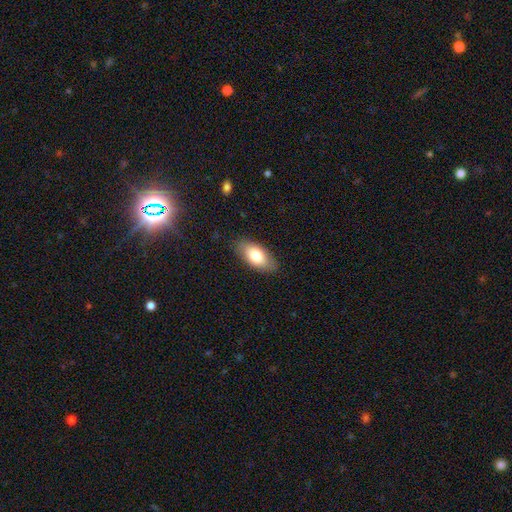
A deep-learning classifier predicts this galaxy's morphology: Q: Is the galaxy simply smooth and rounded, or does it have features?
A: smooth — 75%.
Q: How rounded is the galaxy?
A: in between — 92%.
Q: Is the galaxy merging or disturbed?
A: none — 85%.